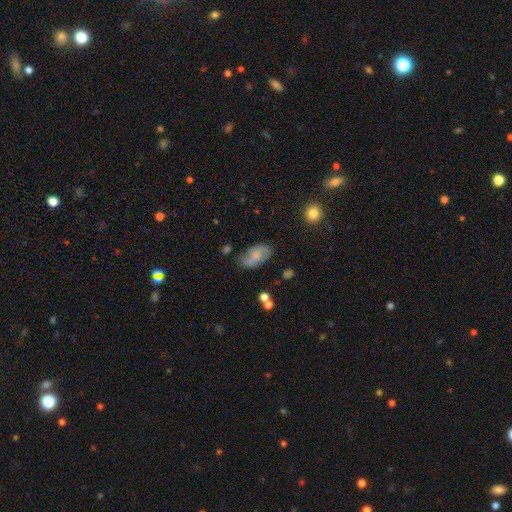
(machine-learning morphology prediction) Q: Smooth or featured?
A: smooth (60%); runner-up: featured or disk (31%)
Q: How rounded?
A: in between (92%); runner-up: round (6%)
Q: Merging?
A: none (58%); runner-up: minor disturbance (25%)